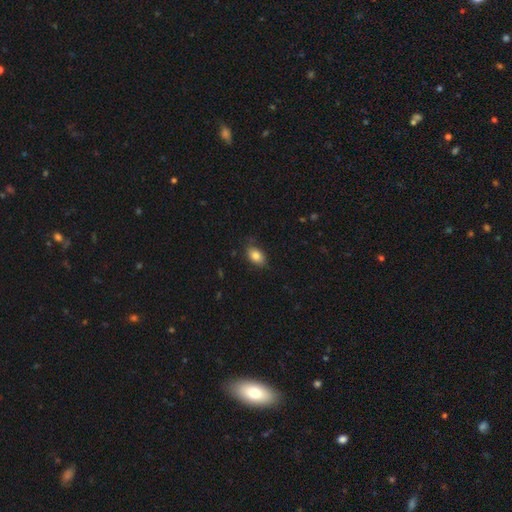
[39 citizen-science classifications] Smooth or featured? smooth (90%)
How rounded? in between (89%)
Merging? none (81%)